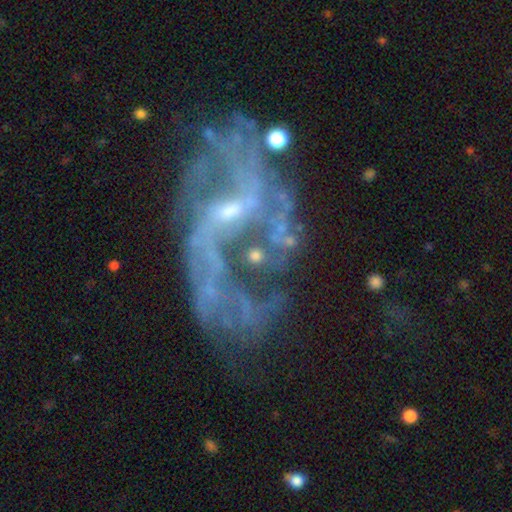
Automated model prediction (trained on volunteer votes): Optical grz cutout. It shows a featured or disk galaxy (47%). Merging: none (45%).